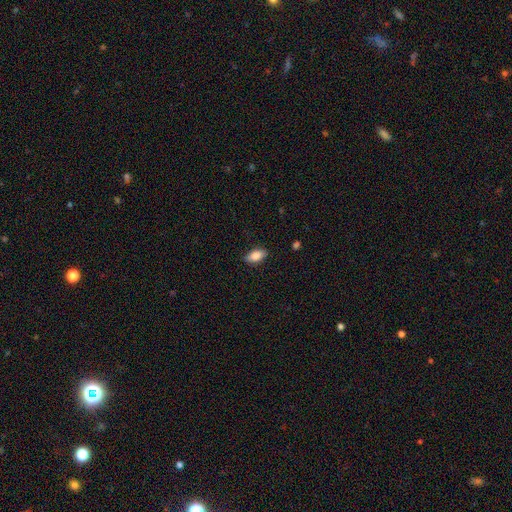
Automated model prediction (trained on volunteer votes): Smooth or featured: smooth — 82% (featured or disk — 11%)
How rounded: in between — 88% (cigar-shaped — 8%)
Merging: none — 86% (minor disturbance — 11%)